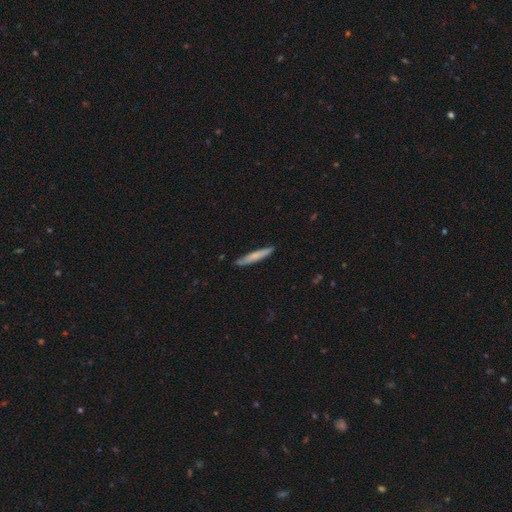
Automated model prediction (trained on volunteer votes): This appears to be a smooth galaxy with no disk features (68%) that is cigar-shaped (94%). Merging: none (86%).